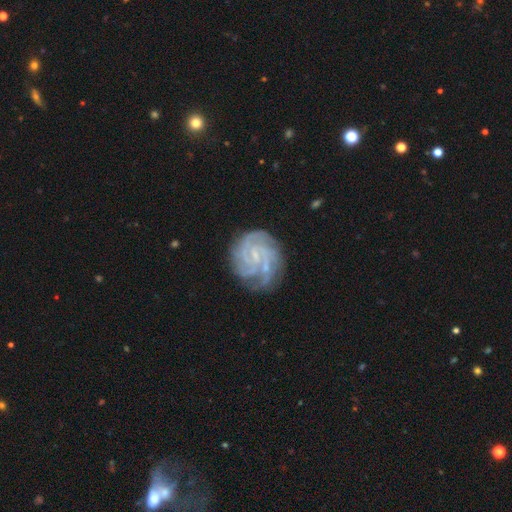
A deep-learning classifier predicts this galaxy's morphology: Smooth or featured?
  - featured or disk: 86% *
  - smooth: 8%
  - star or artifact: 6%
Edge-on disk?
  - no: 98% *
  - yes: 2%
Bar?
  - no: 46% *
  - weak: 43%
  - strong: 11%
Spiral arms?
  - yes: 97% *
  - no: 3%
Spiral winding?
  - tight: 67% *
  - medium: 28%
  - loose: 5%
Spiral arm count?
  - 4: 29% *
  - 3: 25%
  - can't tell: 20%
  - 2: 10%
  - more than 4: 9%
  - 1: 7%
Bulge size?
  - small: 66% *
  - none: 21%
  - moderate: 12%
  - large: 1%
  - dominant: 1%
Merging?
  - none: 71% *
  - minor disturbance: 18%
  - major disturbance: 8%
  - merger: 2%